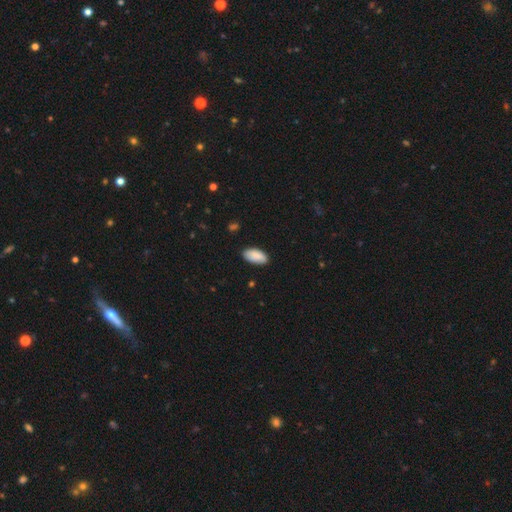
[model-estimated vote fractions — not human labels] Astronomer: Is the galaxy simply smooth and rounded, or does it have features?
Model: smooth — 89%.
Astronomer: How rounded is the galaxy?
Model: in between — 95%.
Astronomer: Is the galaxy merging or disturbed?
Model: none — 84%.